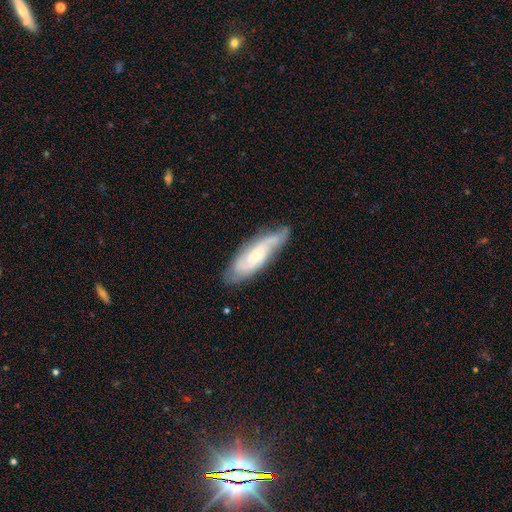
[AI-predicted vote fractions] featured or disk 69%, smooth 25%, star or artifact 6%. Down the decision tree: edge-on disk — no (82%); bar — no (68%); spiral arms — yes (90%); spiral arm count — 2 (40%); spiral winding — tight (45%); bulge size — small (67%); merging — none (70%).